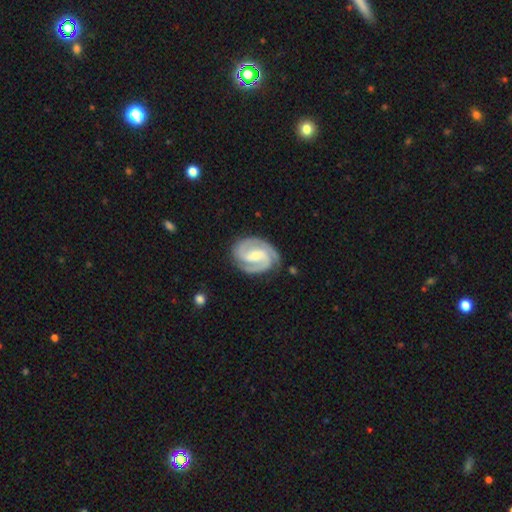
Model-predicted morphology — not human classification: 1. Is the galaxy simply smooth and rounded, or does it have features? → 91% featured or disk, 5% smooth, 4% star or artifact.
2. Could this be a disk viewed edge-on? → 98% no, 2% yes.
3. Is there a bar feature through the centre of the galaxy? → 48% weak, 27% strong, 24% no.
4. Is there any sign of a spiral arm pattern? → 98% yes, 2% no.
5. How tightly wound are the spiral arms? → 55% tight, 40% medium, 5% loose.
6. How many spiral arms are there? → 71% 2, 19% 3, 4% can't tell, 2% 4, 2% 1, 2% more than 4.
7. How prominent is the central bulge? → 46% moderate, 38% small, 8% none, 7% large, 1% dominant.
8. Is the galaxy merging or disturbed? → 79% none, 15% minor disturbance, 5% major disturbance, 1% merger.